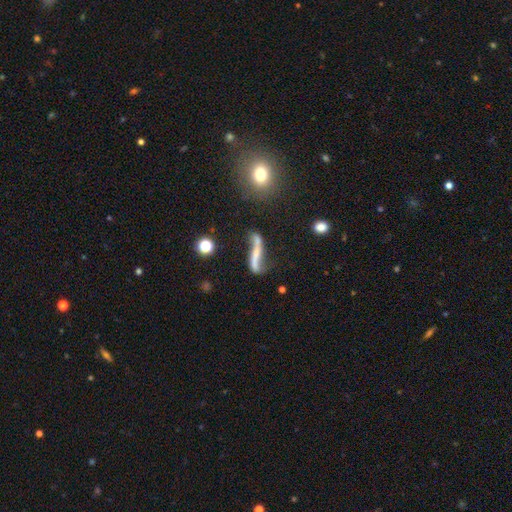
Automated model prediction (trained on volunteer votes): Smooth or featured?
  - featured or disk: 65% *
  - smooth: 25%
  - star or artifact: 10%
Edge-on disk?
  - no: 71% *
  - yes: 29%
Merging?
  - none: 43% *
  - minor disturbance: 21%
  - major disturbance: 21%
  - merger: 15%